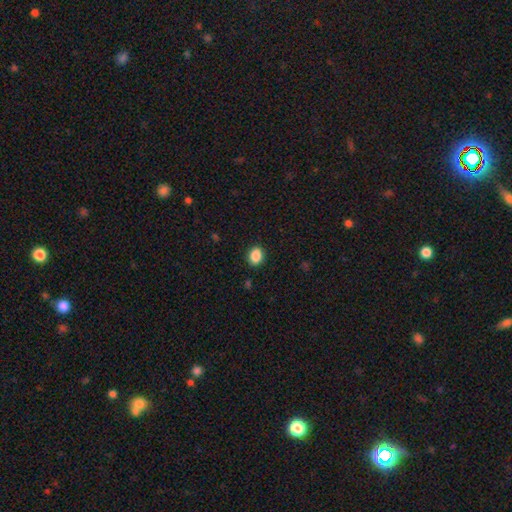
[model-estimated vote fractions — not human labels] A smooth galaxy with no disk features (88%) that is in between round and cigar-shaped (55%).

Vote fractions:
- Smooth or featured? smooth: 88% / star or artifact: 9% / featured or disk: 3%
- How rounded? in between: 55% / round: 44% / cigar-shaped: 1%
- Merging? none: 89% / minor disturbance: 8% / major disturbance: 2% / merger: 1%